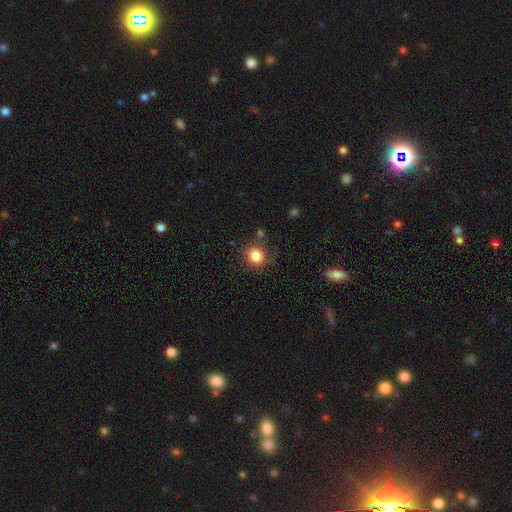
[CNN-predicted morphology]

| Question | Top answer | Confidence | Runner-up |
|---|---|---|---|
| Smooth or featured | smooth | 84% | star or artifact (10%) |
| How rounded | round | 84% | in between (15%) |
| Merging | none | 77% | minor disturbance (15%) |